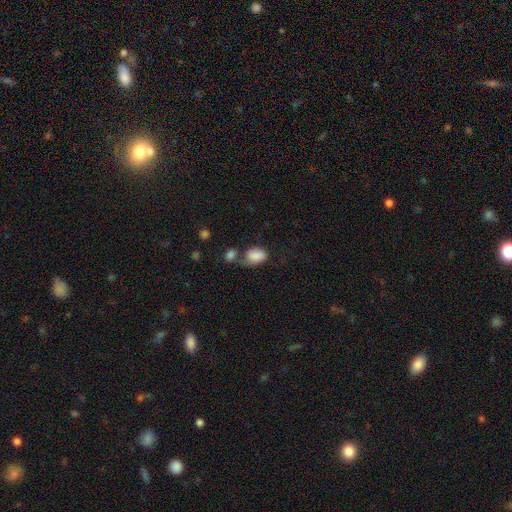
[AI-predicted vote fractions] This is clearly a smooth galaxy (82%). How rounded: clearly in between (83%). Merging: marginally merger (34%).